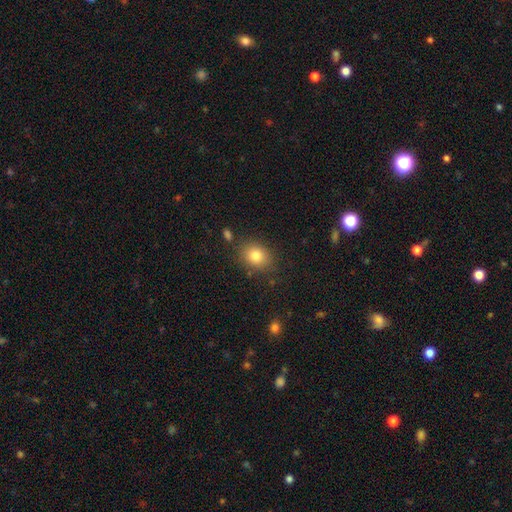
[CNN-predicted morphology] A smooth galaxy with no disk features (82%) that is in between round and cigar-shaped (50%). Merging: none (81%).